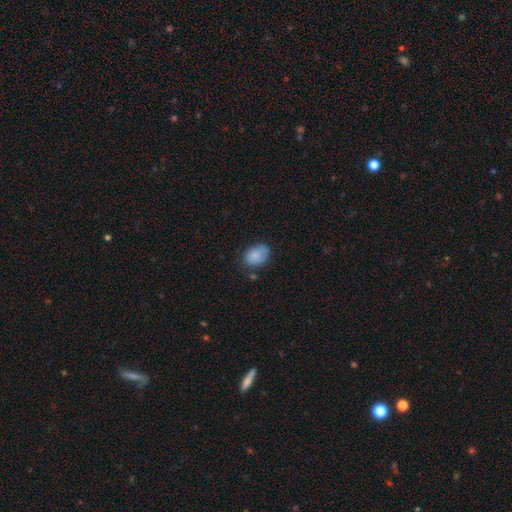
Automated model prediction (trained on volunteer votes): Smooth or featured? Predicted: smooth (p=0.81). How rounded? Predicted: in between (p=0.72). Merging? Predicted: none (p=0.58).